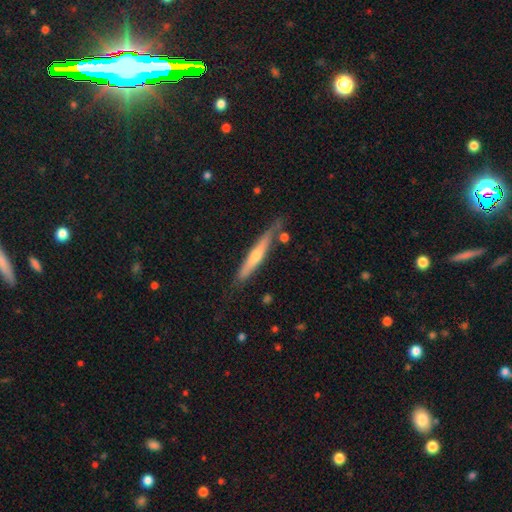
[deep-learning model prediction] Q: Smooth or featured?
A: featured or disk (65%); runner-up: smooth (27%)
Q: Edge-on disk?
A: yes (94%); runner-up: no (6%)
Q: Edge-on bulge?
A: rounded (79%); runner-up: none (17%)
Q: Merging?
A: none (79%); runner-up: minor disturbance (15%)